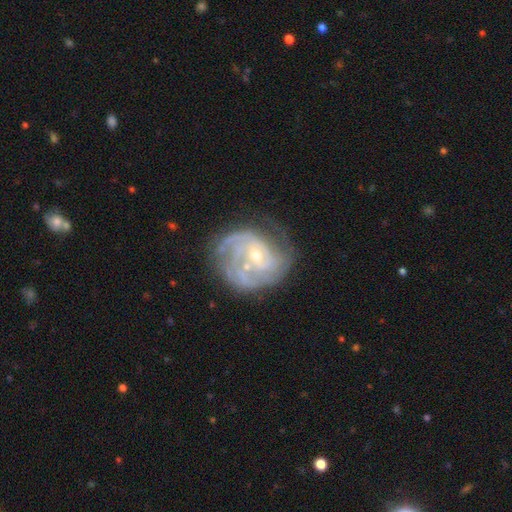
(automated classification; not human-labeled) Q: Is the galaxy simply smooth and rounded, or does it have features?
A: featured or disk — 85%.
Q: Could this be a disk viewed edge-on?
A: no — 98%.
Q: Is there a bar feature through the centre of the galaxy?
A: no — 58%.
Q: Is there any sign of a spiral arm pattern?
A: yes — 93%.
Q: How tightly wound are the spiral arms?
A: tight — 59%.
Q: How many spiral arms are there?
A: can't tell — 30%.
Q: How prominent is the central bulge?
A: small — 55%.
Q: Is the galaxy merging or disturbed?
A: none — 54%.